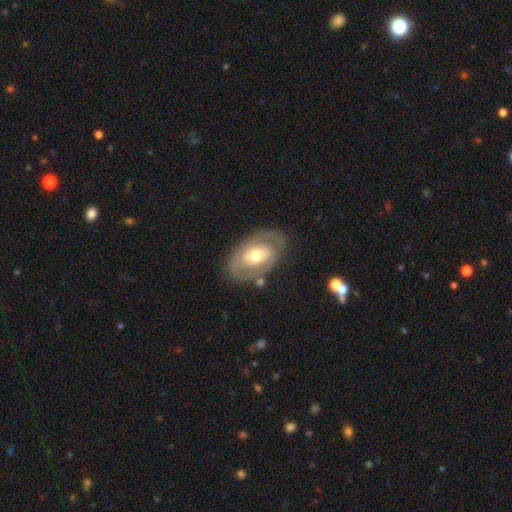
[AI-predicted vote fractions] The model was most divided on "spiral arms" (2-way tie): yes: 50%, no: 50%. More confident: edge-on disk — no (93%); merging — none (73%); bulge size — moderate (70%); bar — no (69%); smooth or featured — featured or disk (63%).